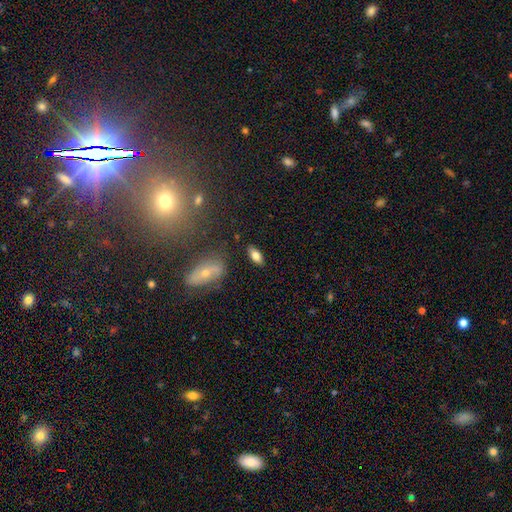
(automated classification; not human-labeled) Q: Smooth or featured?
A: smooth (72%); runner-up: featured or disk (20%)
Q: How rounded?
A: in between (83%); runner-up: cigar-shaped (14%)
Q: Merging?
A: none (84%); runner-up: minor disturbance (11%)